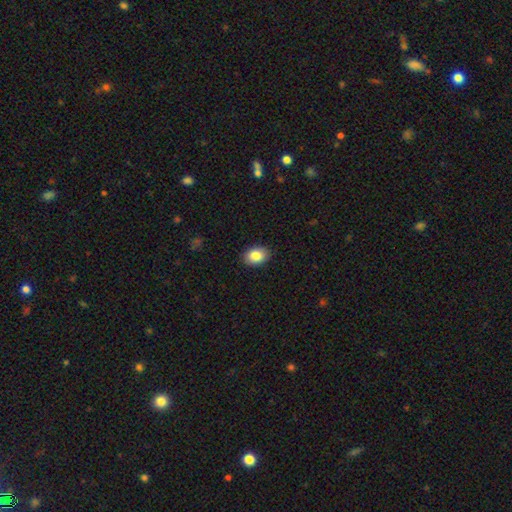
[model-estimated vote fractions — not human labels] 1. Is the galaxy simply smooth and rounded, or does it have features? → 85% smooth, 8% star or artifact, 7% featured or disk.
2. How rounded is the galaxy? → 78% in between, 21% round, 1% cigar-shaped.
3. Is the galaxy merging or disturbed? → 90% none, 7% minor disturbance, 2% major disturbance, 1% merger.